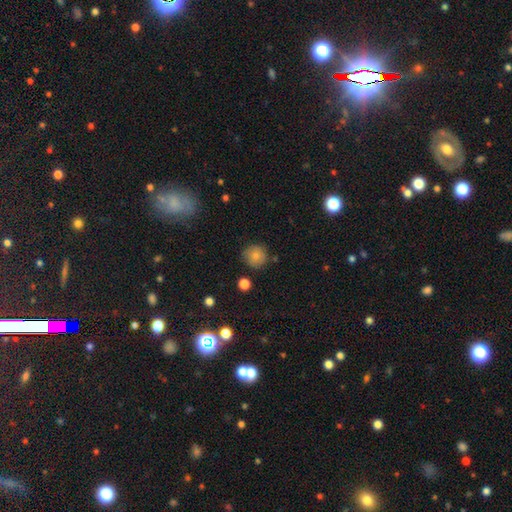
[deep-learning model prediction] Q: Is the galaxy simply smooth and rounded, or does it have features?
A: smooth — 82%.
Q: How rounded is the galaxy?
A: round — 93%.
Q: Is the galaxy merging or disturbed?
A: none — 84%.